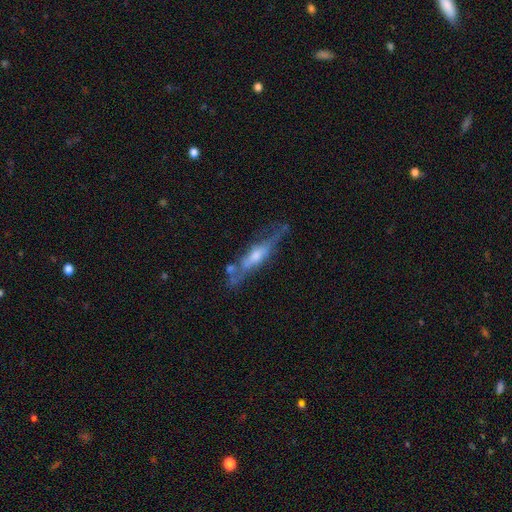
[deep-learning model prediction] Smooth or featured? Predicted: featured or disk (p=0.69). Edge-on disk? Predicted: yes (p=0.71). Merging? Predicted: none (p=0.55).